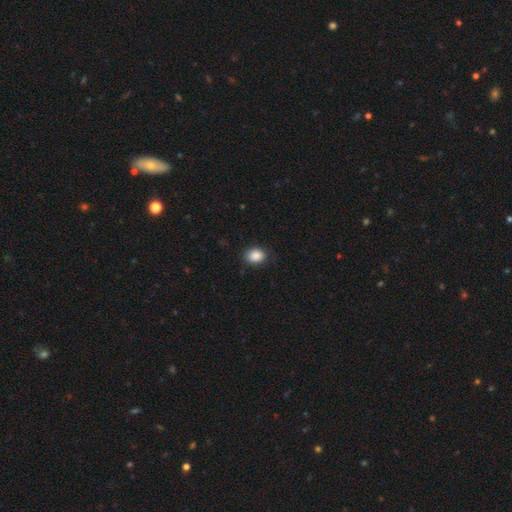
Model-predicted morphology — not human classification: Q: Smooth or featured?
A: smooth (88%); runner-up: star or artifact (8%)
Q: How rounded?
A: in between (54%); runner-up: round (45%)
Q: Merging?
A: none (83%); runner-up: minor disturbance (13%)